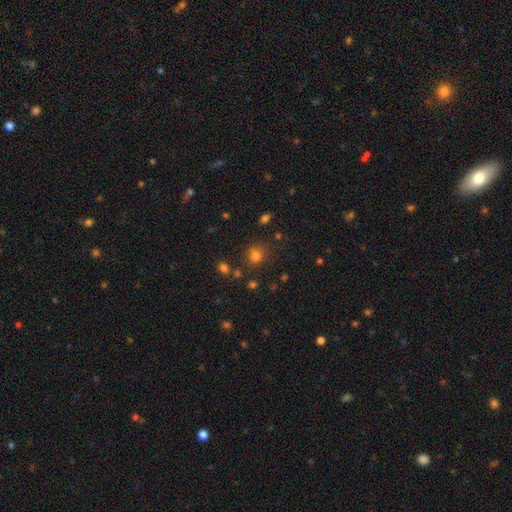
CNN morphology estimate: The model was most divided on "how rounded": round: 75%, in between: 24%, cigar-shaped: 1%. More confident: smooth or featured — smooth (75%); merging — none (74%).